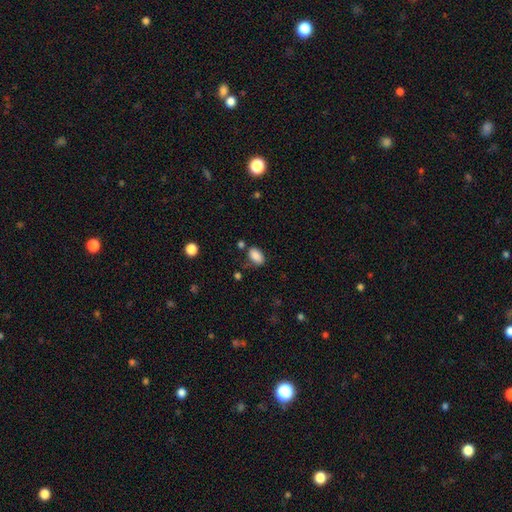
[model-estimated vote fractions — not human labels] Smooth or featured: smooth — 87% (star or artifact — 9%)
How rounded: in between — 90% (round — 8%)
Merging: none — 71% (minor disturbance — 18%)